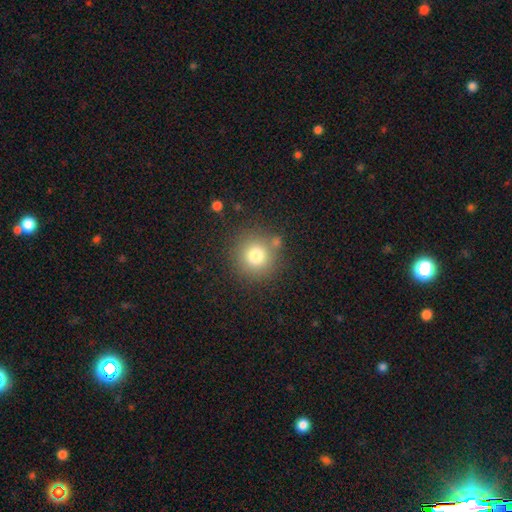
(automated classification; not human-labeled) Overall: smooth (78%). How rounded: round (94%). Merging: none (79%).